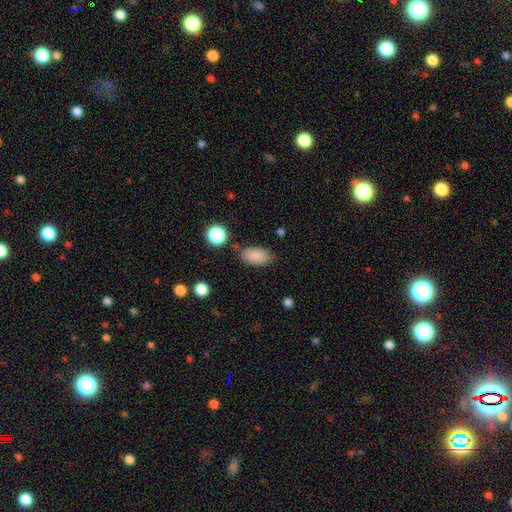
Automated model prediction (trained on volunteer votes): Smooth or featured: smooth — 86% (star or artifact — 9%)
How rounded: in between — 92% (round — 5%)
Merging: none — 81% (minor disturbance — 13%)